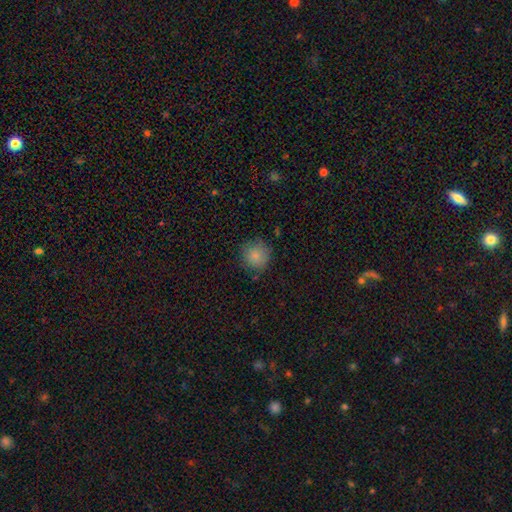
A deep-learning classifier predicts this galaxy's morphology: A smooth galaxy with no disk features (82%) that is round (92%). Merging: none (77%).